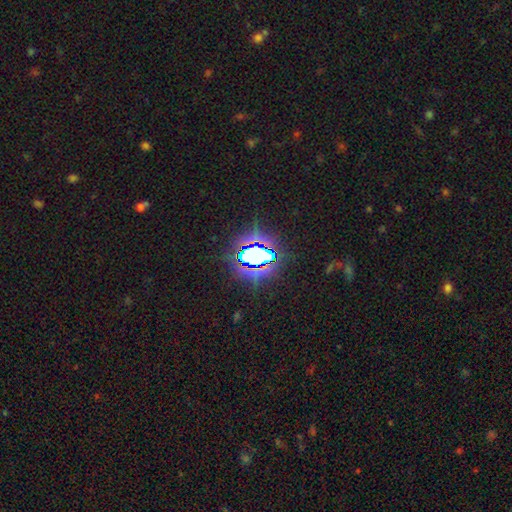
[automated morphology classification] The model was most divided on "smooth or featured": star or artifact: 71%, smooth: 18%, featured or disk: 11%.